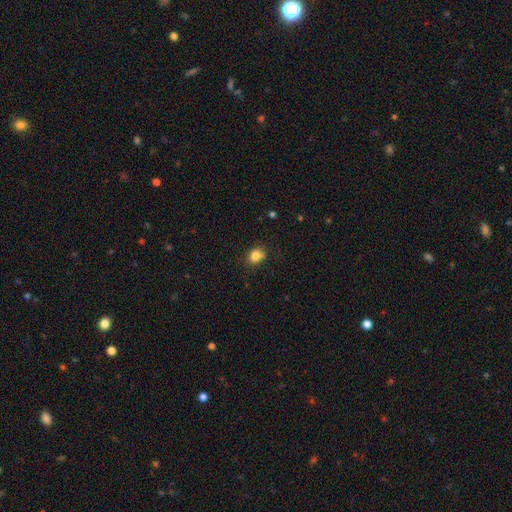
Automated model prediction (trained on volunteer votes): Morphology: type=smooth (83%); roundness=round (54%); merging=none (69%).